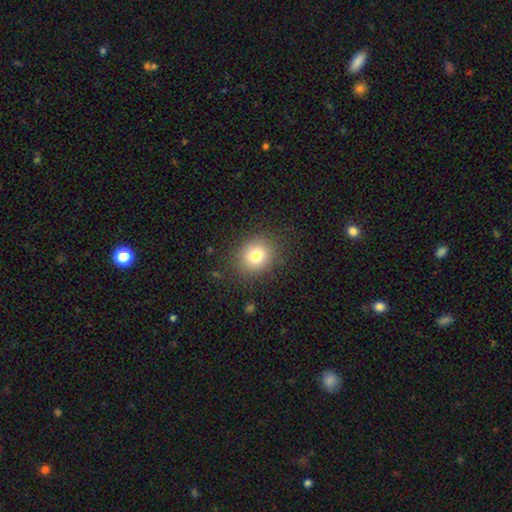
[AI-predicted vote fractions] Q: Smooth or featured?
A: smooth (78%); runner-up: star or artifact (13%)
Q: How rounded?
A: round (76%); runner-up: in between (23%)
Q: Merging?
A: none (86%); runner-up: minor disturbance (9%)